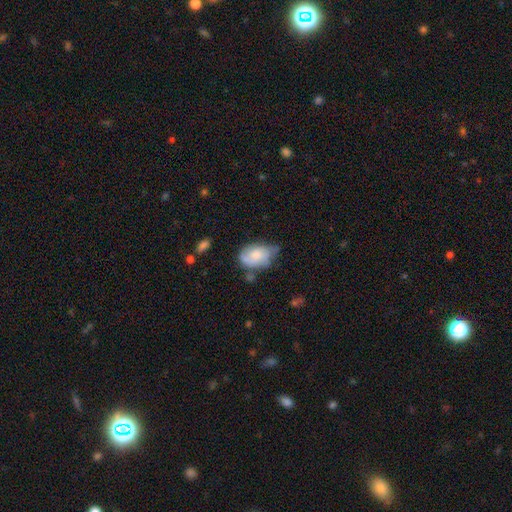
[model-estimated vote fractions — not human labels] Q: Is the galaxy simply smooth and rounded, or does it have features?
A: smooth — 59%.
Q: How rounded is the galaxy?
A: in between — 86%.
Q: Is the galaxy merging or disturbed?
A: minor disturbance — 40%.